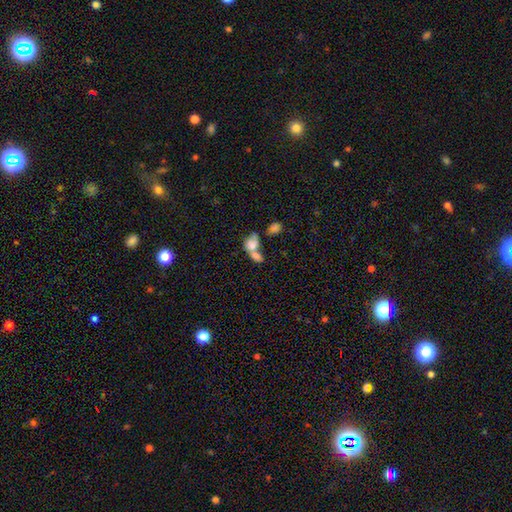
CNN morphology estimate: Smooth or featured?
  - smooth: 67% *
  - featured or disk: 20%
  - star or artifact: 13%
How rounded?
  - in between: 66% *
  - round: 30%
  - cigar-shaped: 4%
Merging?
  - merger: 66% *
  - none: 19%
  - minor disturbance: 8%
  - major disturbance: 8%